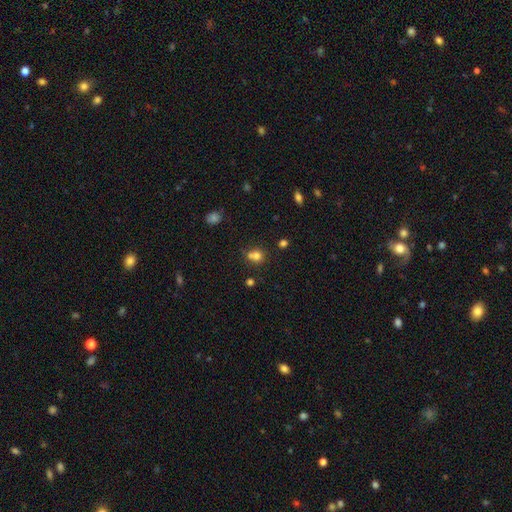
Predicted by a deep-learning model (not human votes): A smooth galaxy with no disk features (73%) that is round (80%).

Vote fractions:
- Smooth or featured? smooth: 73% / star or artifact: 16% / featured or disk: 11%
- How rounded? round: 80% / in between: 19% / cigar-shaped: 1%
- Merging? none: 45% / merger: 42% / minor disturbance: 10% / major disturbance: 4%